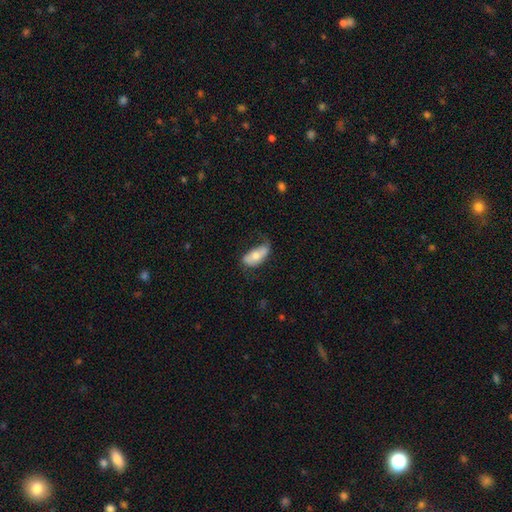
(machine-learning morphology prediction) A smooth galaxy with no disk features (59%) that is in between round and cigar-shaped (89%). Merging: none (46%).